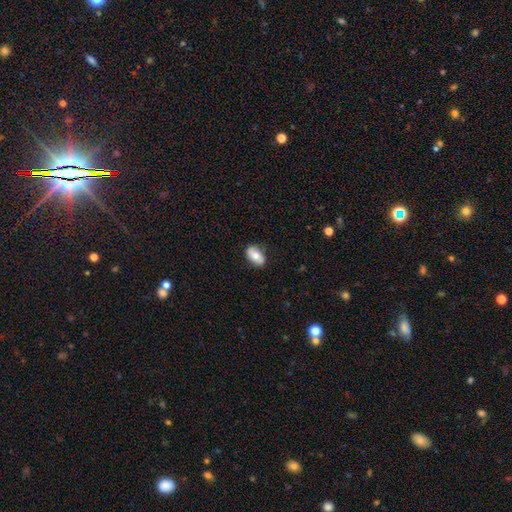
Morphology: type=smooth (69%); roundness=in between (93%); merging=none (86%).